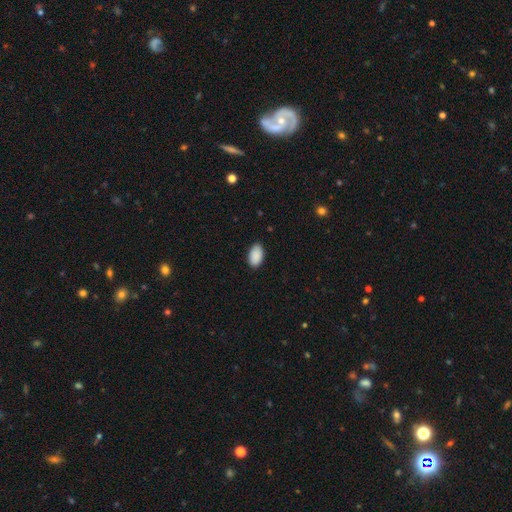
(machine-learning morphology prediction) smooth-or-featured: smooth: 91% | star or artifact: 6% | featured or disk: 3%
  how-rounded: in between: 94% | round: 4% | cigar-shaped: 1%
  merging: none: 85% | minor disturbance: 12% | major disturbance: 2% | merger: 1%